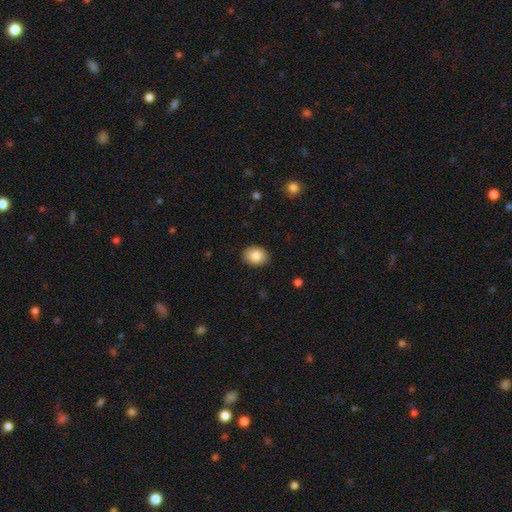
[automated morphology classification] Smooth or featured?
  - smooth: 84% *
  - featured or disk: 8%
  - star or artifact: 8%
How rounded?
  - in between: 63% *
  - round: 36%
  - cigar-shaped: 1%
Merging?
  - none: 89% *
  - minor disturbance: 8%
  - major disturbance: 2%
  - merger: 1%